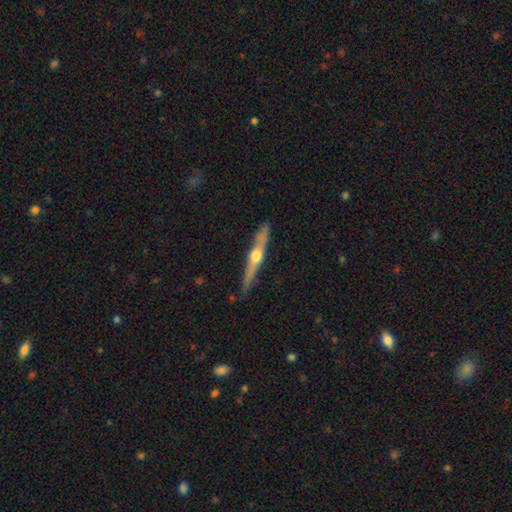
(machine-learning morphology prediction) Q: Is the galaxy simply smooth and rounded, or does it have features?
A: featured or disk — 69%.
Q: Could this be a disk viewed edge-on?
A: yes — 97%.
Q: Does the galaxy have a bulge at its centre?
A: rounded — 92%.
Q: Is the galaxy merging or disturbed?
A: none — 85%.